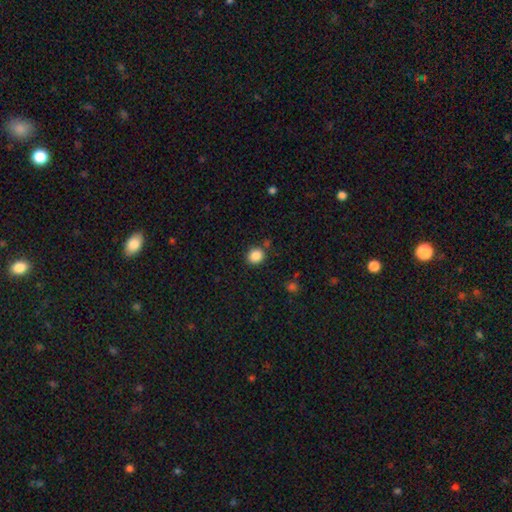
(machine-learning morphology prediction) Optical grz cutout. It shows a smooth galaxy with no disk features (86%) that is round (83%). Merging: none (84%).